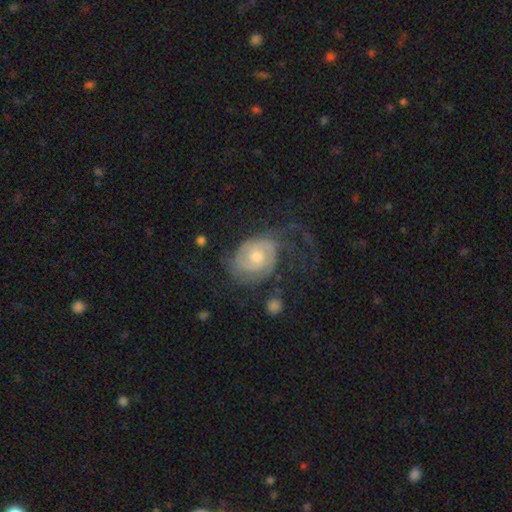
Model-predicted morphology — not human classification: A featured or disk galaxy (84%) with no bar (66%), 2 (60%) tight (60%) spiral arms (95%) and a moderate central bulge (64%).

Vote fractions:
- Smooth or featured? featured or disk: 84% / smooth: 11% / star or artifact: 6%
- Edge-on disk? no: 97% / yes: 3%
- Bar? no: 66% / weak: 29% / strong: 5%
- Spiral arms? yes: 95% / no: 5%
- Spiral winding? tight: 60% / medium: 30% / loose: 11%
- Spiral arm count? 2: 60% / can't tell: 18% / 3: 10% / 1: 6% / 4: 3% / more than 4: 3%
- Bulge size? moderate: 64% / small: 29% / large: 4% / none: 2% / dominant: 1%
- Merging? none: 49% / major disturbance: 27% / minor disturbance: 21% / merger: 3%